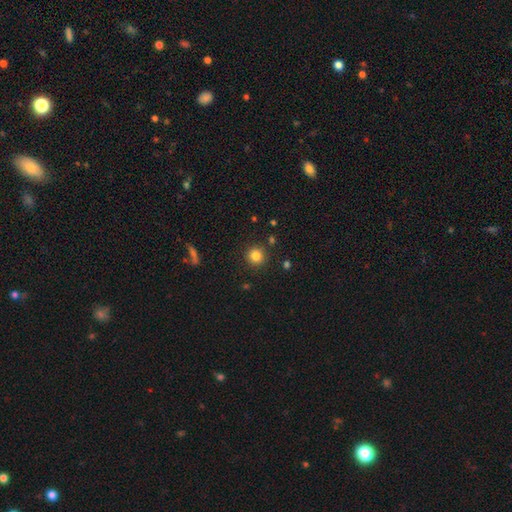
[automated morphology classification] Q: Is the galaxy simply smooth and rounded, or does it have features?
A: smooth — 82%.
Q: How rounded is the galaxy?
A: round — 94%.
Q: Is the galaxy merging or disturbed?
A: none — 90%.